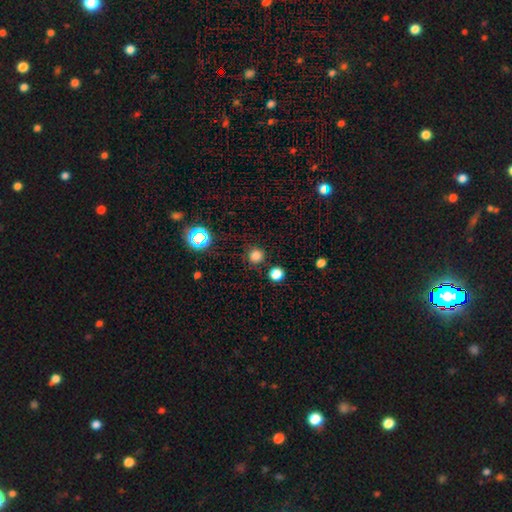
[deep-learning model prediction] Smooth or featured? smooth (78%)
How rounded? round (94%)
Merging? none (85%)